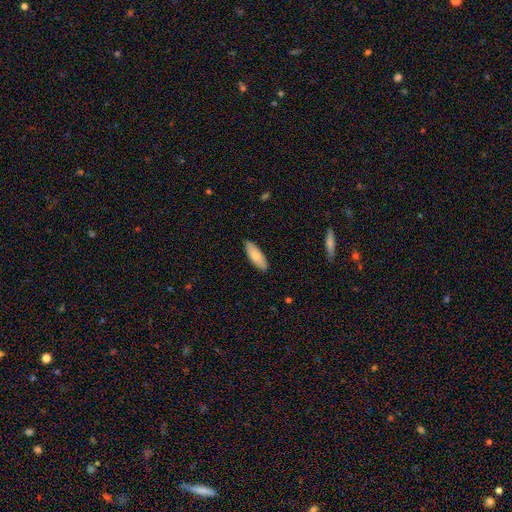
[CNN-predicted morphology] Smooth or featured? smooth (81%)
How rounded? in between (66%)
Merging? none (87%)